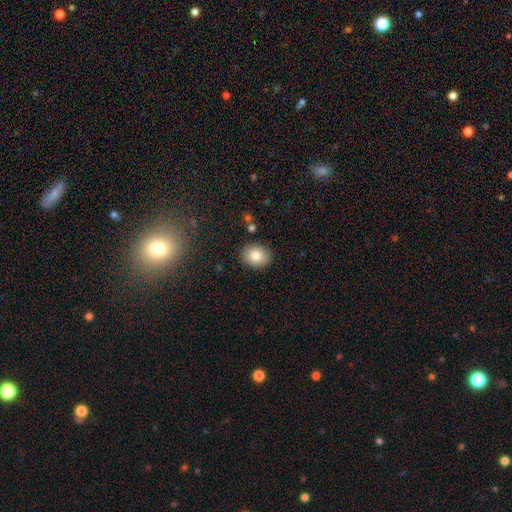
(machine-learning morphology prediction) This appears to be a smooth galaxy with no disk features (82%) that is in between round and cigar-shaped (50%). Merging: none (87%).